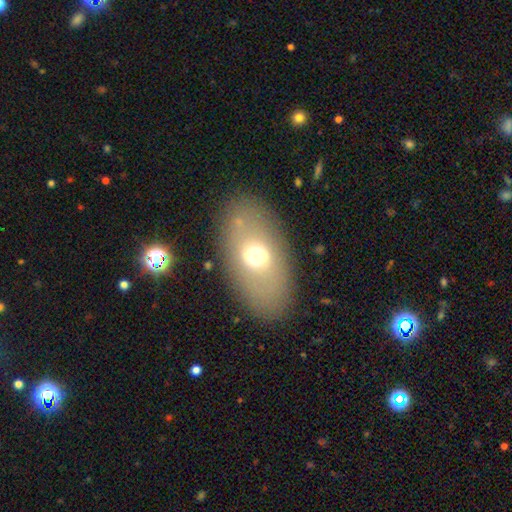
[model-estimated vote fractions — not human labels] smooth 56%, featured or disk 34%, star or artifact 10%. Down the decision tree: how rounded — in between (88%); merging — none (84%).